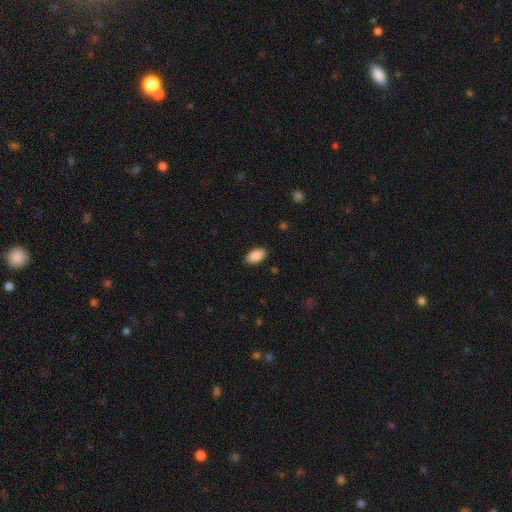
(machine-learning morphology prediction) smooth-or-featured: smooth: 90% | star or artifact: 7% | featured or disk: 3%
  how-rounded: in between: 95% | round: 3% | cigar-shaped: 2%
  merging: none: 88% | minor disturbance: 9% | major disturbance: 2% | merger: 1%